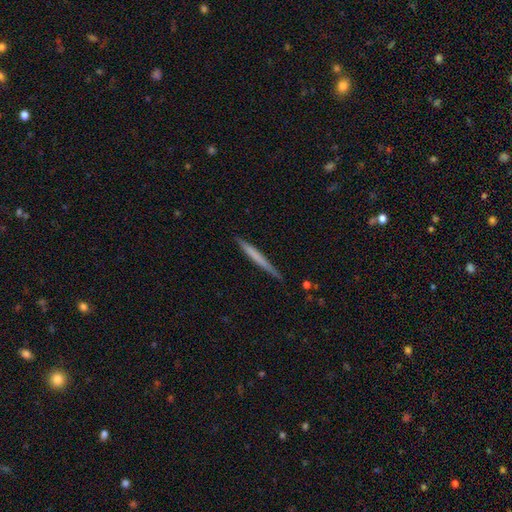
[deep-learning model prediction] Morphology: type=smooth (55%); roundness=cigar-shaped (97%); merging=none (86%).